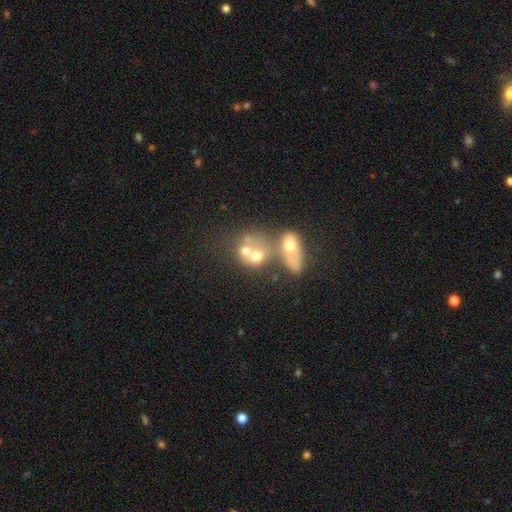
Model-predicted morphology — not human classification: smooth_or_featured: smooth (p=0.56) [alt: featured or disk p=0.31]
how_rounded: round (p=0.54) [alt: in between p=0.44]
merging: merger (p=0.65) [alt: none p=0.19]